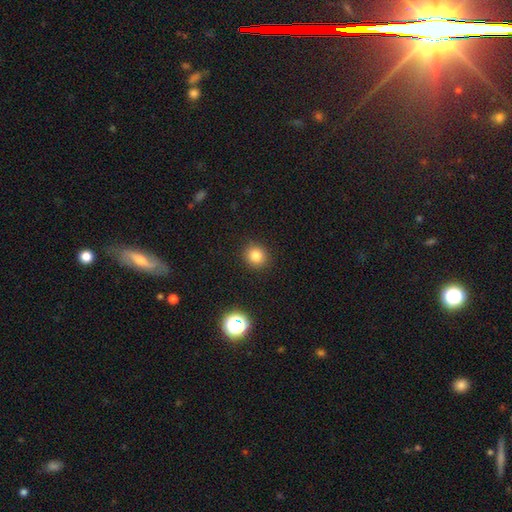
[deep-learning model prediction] Q: Smooth or featured?
A: smooth (81%); runner-up: star or artifact (13%)
Q: How rounded?
A: round (89%); runner-up: in between (10%)
Q: Merging?
A: none (91%); runner-up: minor disturbance (6%)